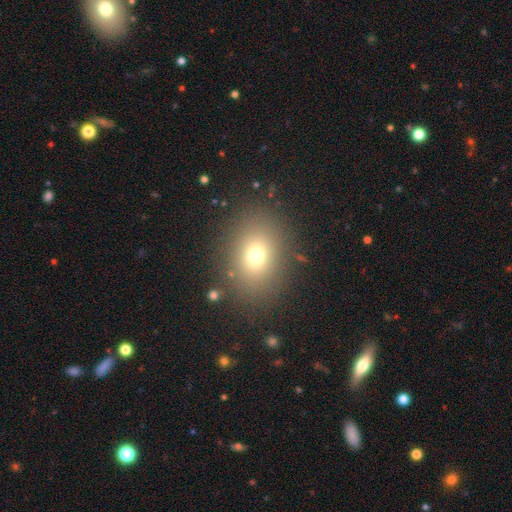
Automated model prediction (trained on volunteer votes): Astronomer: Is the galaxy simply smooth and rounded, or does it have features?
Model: smooth — 71%.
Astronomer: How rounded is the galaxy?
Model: in between — 55% (runner-up: round, 44%).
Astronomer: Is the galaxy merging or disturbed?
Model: none — 84%.